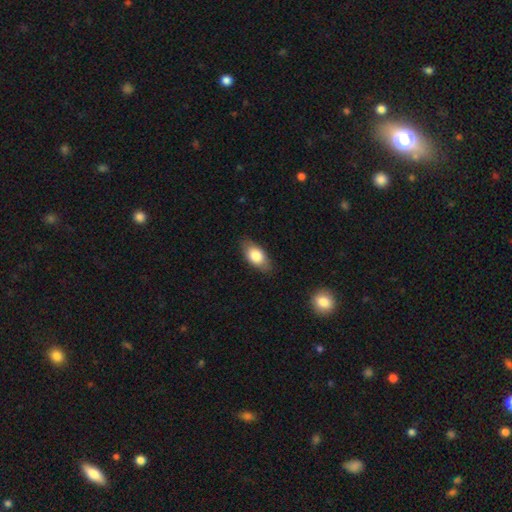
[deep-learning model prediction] smooth 78%, featured or disk 16%, star or artifact 6%. Down the decision tree: how rounded — in between (90%); merging — none (82%).